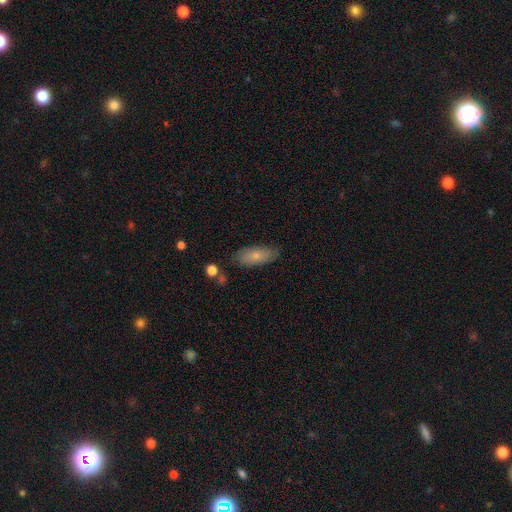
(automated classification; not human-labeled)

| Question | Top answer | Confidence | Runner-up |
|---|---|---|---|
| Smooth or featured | smooth | 73% | featured or disk (20%) |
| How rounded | in between | 81% | cigar-shaped (16%) |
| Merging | none | 77% | minor disturbance (17%) |